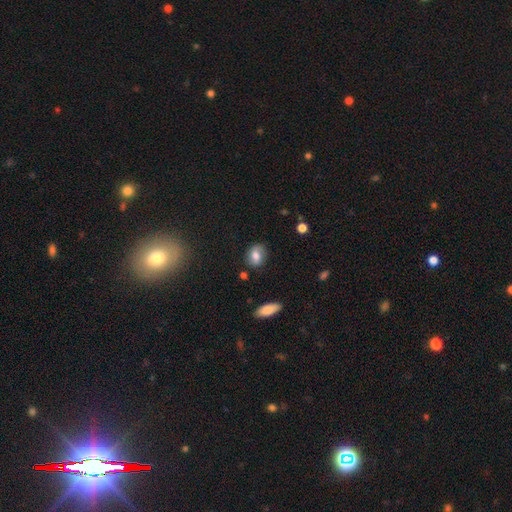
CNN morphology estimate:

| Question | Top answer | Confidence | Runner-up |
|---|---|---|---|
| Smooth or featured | smooth | 77% | featured or disk (15%) |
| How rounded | in between | 67% | round (31%) |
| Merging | none | 80% | minor disturbance (15%) |